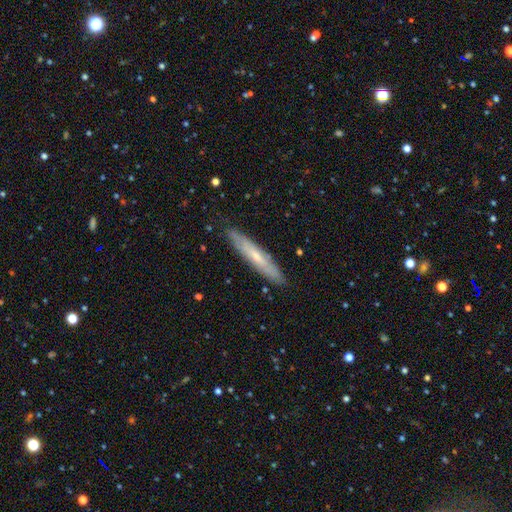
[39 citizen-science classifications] This is likely a featured or disk galaxy (64%). It is clearly viewed edge-on (84%). Edge-on bulge: likely none (62%). Merging: clearly none (89%).